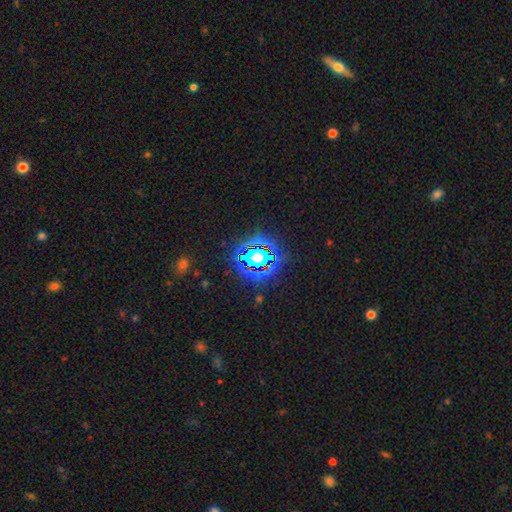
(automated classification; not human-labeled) Smooth or featured?
  - star or artifact: 66% *
  - smooth: 22%
  - featured or disk: 13%